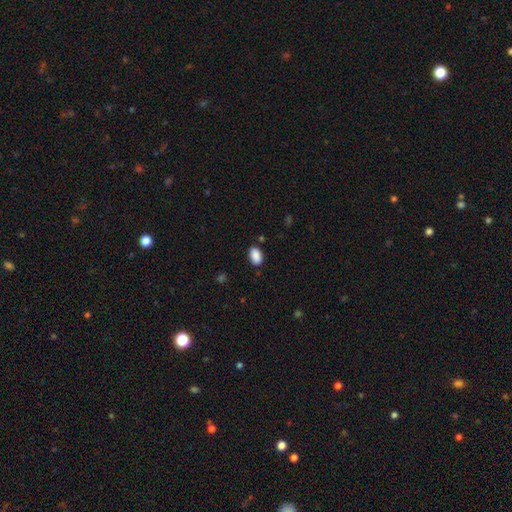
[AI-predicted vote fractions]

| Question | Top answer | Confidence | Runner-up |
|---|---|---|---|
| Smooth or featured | smooth | 90% | star or artifact (7%) |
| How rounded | in between | 92% | round (6%) |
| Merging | none | 85% | minor disturbance (11%) |